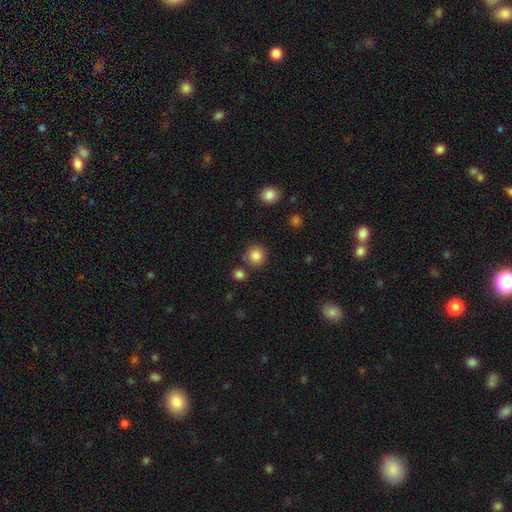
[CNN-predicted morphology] Smooth or featured? smooth (85%)
How rounded? round (93%)
Merging? none (82%)